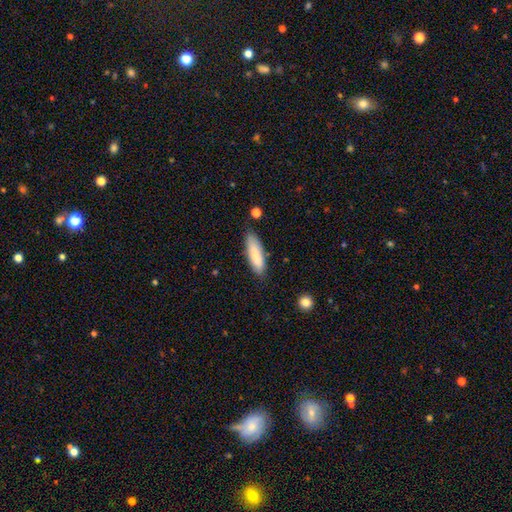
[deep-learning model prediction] smooth-or-featured: smooth: 81% | featured or disk: 13% | star or artifact: 6%
  how-rounded: cigar-shaped: 50% | in between: 49% | round: 2%
  merging: none: 80% | minor disturbance: 15% | major disturbance: 3% | merger: 2%